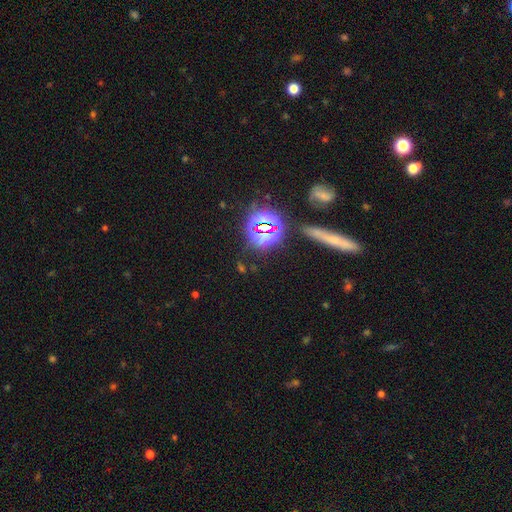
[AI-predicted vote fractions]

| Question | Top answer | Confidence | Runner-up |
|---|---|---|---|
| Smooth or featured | star or artifact | 63% | smooth (23%) |